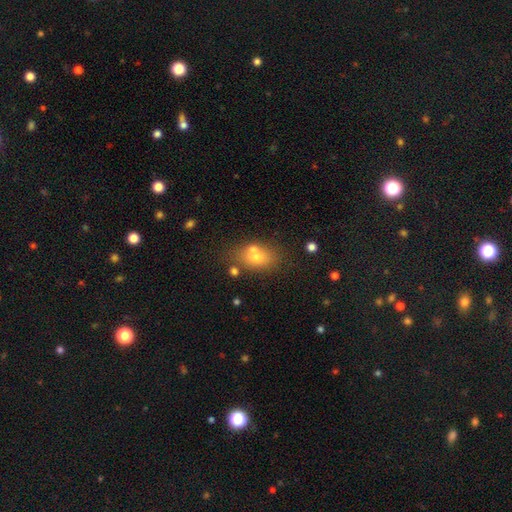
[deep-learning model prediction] Q: Smooth or featured?
A: smooth (69%); runner-up: featured or disk (19%)
Q: How rounded?
A: in between (75%); runner-up: round (23%)
Q: Merging?
A: none (54%); runner-up: merger (25%)